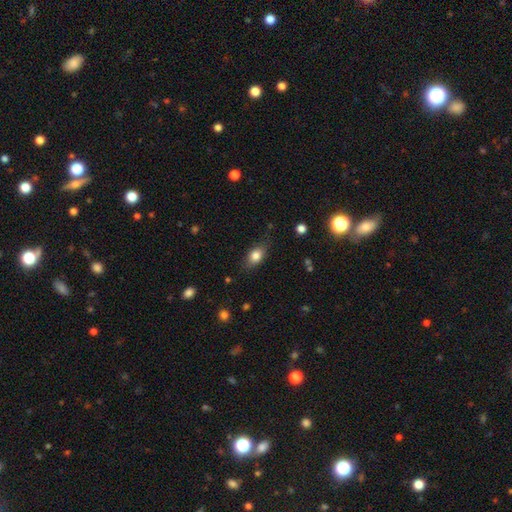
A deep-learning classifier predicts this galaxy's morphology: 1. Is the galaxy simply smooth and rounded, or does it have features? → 81% smooth, 11% featured or disk, 9% star or artifact.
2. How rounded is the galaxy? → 80% in between, 16% round, 4% cigar-shaped.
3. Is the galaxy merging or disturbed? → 76% none, 18% minor disturbance, 4% major disturbance, 1% merger.